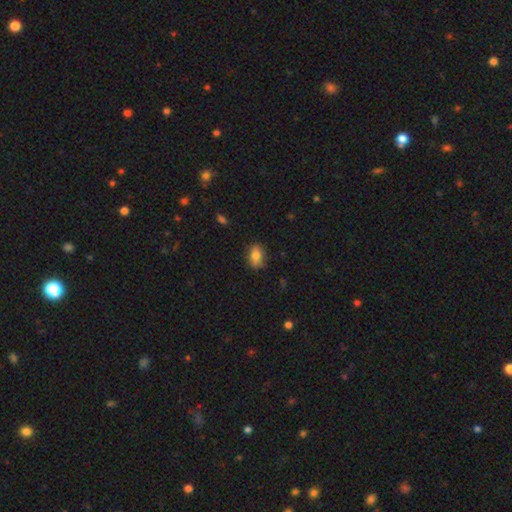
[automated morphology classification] The model was most divided on "how rounded": in between: 79%, round: 18%, cigar-shaped: 3%. More confident: merging — none (80%); smooth or featured — smooth (80%).